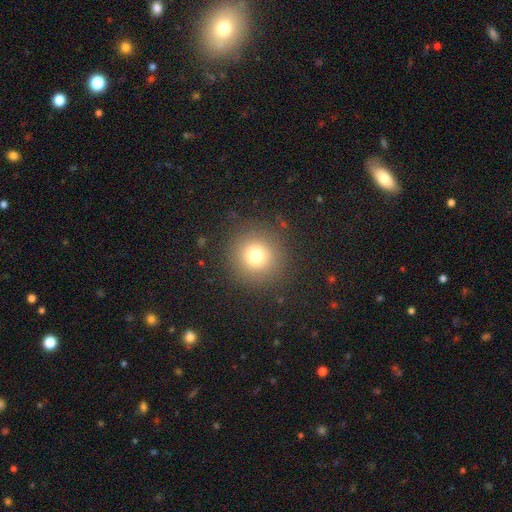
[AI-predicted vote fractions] Smooth or featured? smooth (74%)
How rounded? round (95%)
Merging? none (87%)